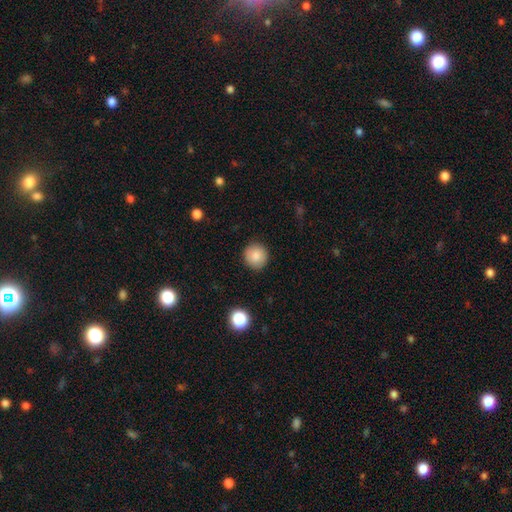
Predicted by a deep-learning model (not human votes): Smooth or featured? Predicted: smooth (p=0.86). How rounded? Predicted: round (p=0.93). Merging? Predicted: none (p=0.90).